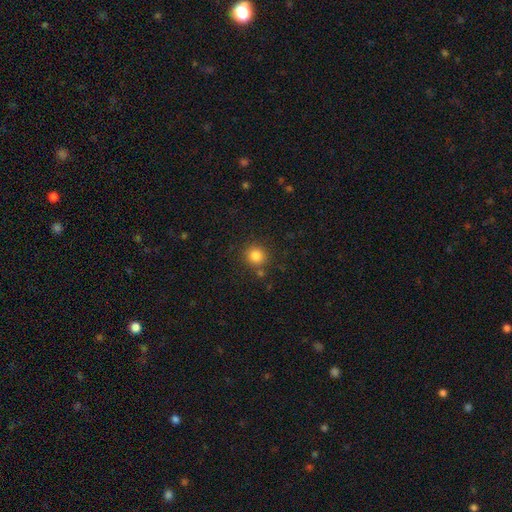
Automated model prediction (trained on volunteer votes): Morphology: type=smooth (84%); roundness=round (91%); merging=none (82%).